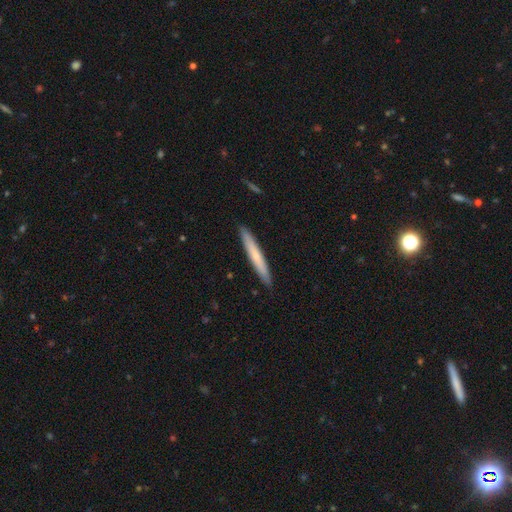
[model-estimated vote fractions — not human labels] Morphology: type=smooth (61%); roundness=cigar-shaped (96%); merging=none (91%).